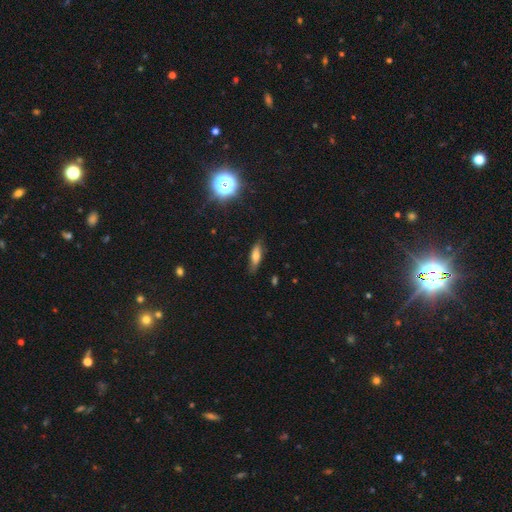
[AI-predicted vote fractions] This is likely a smooth galaxy (63%). How rounded: possibly in between (49%). Merging: clearly none (80%).